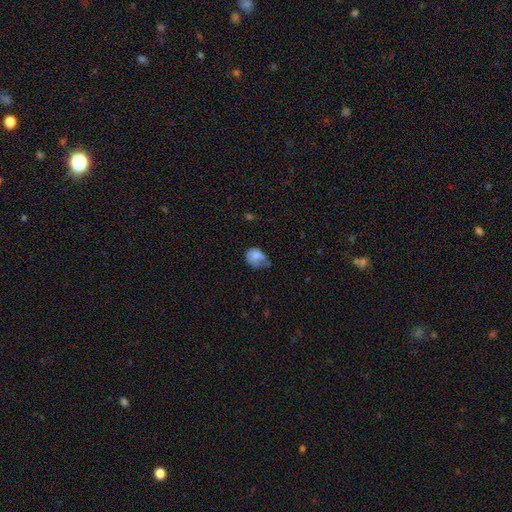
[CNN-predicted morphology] Smooth or featured?
  - smooth: 74% *
  - featured or disk: 16%
  - star or artifact: 10%
How rounded?
  - in between: 54% *
  - round: 45%
  - cigar-shaped: 1%
Merging?
  - minor disturbance: 39% *
  - none: 28%
  - major disturbance: 26%
  - merger: 7%